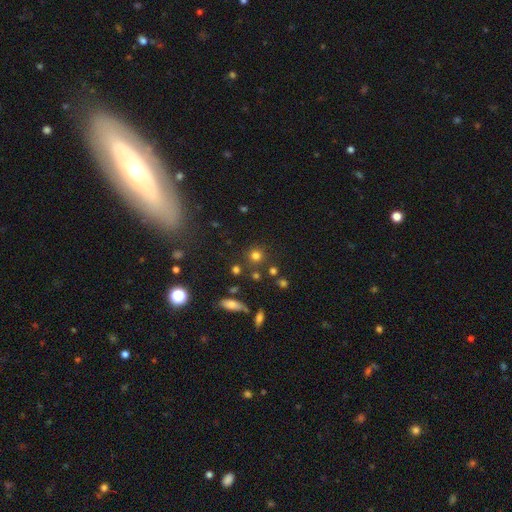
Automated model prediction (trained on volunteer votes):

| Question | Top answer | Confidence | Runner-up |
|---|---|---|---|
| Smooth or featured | smooth | 74% | star or artifact (19%) |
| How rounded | round | 90% | in between (9%) |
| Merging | none | 82% | minor disturbance (8%) |